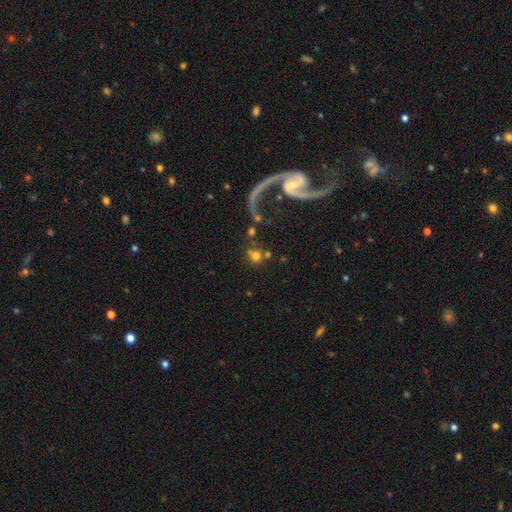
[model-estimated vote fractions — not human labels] smooth_or_featured: smooth (p=0.60) [alt: featured or disk p=0.24]
how_rounded: round (p=0.83) [alt: in between p=0.15]
merging: none (p=0.51) [alt: merger p=0.23]